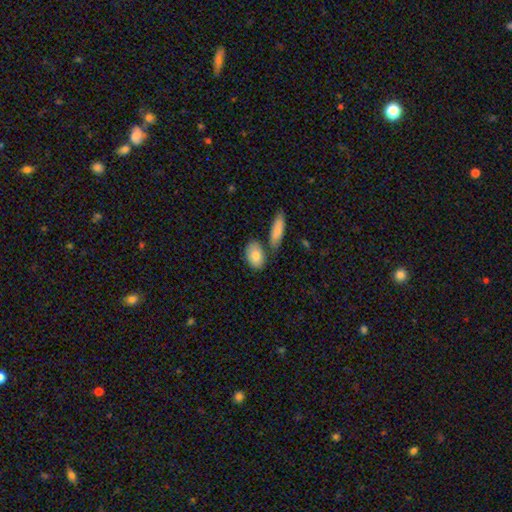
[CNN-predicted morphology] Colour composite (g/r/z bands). It shows a smooth galaxy with no disk features (84%) that is in between round and cigar-shaped (86%). Merging: none (69%).